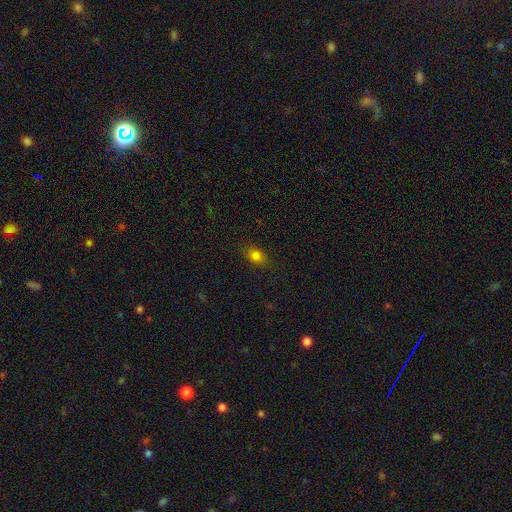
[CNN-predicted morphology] smooth-or-featured: smooth: 79% | star or artifact: 14% | featured or disk: 7%
  how-rounded: in between: 71% | round: 26% | cigar-shaped: 3%
  merging: none: 85% | minor disturbance: 12% | major disturbance: 3% | merger: 1%